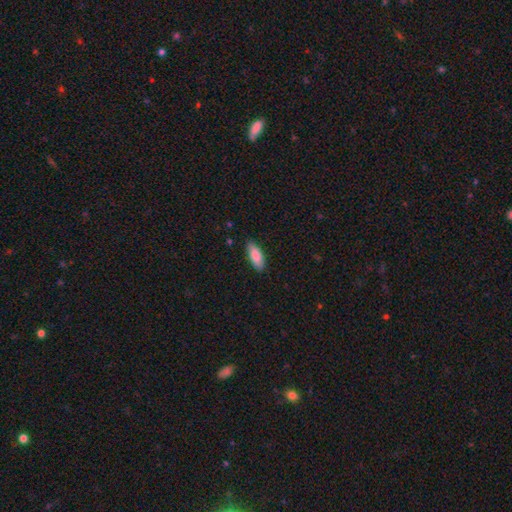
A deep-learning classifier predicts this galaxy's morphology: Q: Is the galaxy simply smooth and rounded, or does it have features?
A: smooth — 87%.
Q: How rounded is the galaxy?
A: in between — 76%.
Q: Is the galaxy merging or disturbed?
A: none — 85%.